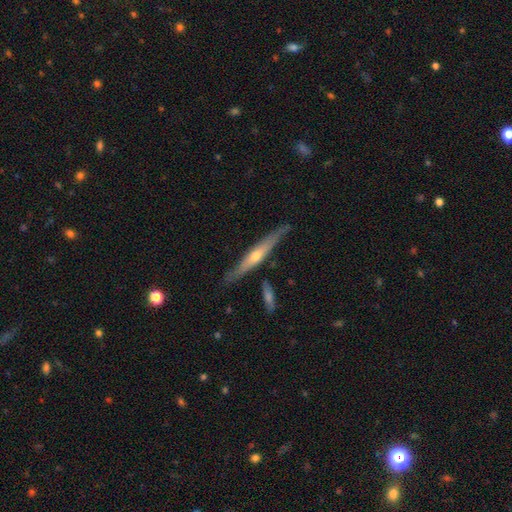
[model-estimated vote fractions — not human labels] The model was most divided on "smooth or featured": featured or disk: 72%, smooth: 22%, star or artifact: 6%. More confident: edge-on disk — yes (94%); edge-on bulge — rounded (83%); merging — none (81%).